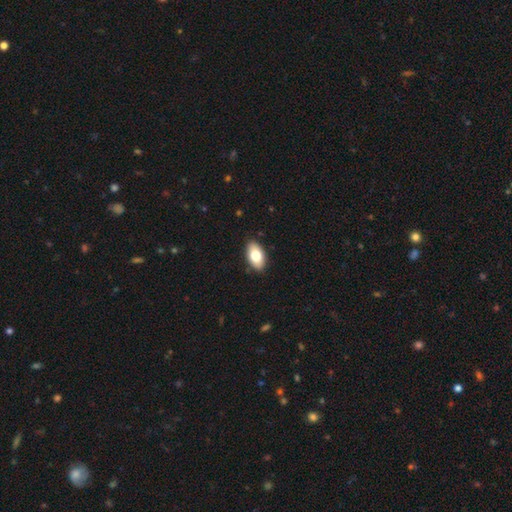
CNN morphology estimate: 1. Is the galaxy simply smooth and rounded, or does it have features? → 79% smooth, 15% featured or disk, 6% star or artifact.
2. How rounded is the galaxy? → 93% in between, 4% round, 2% cigar-shaped.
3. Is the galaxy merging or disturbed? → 88% none, 9% minor disturbance, 2% major disturbance, 1% merger.